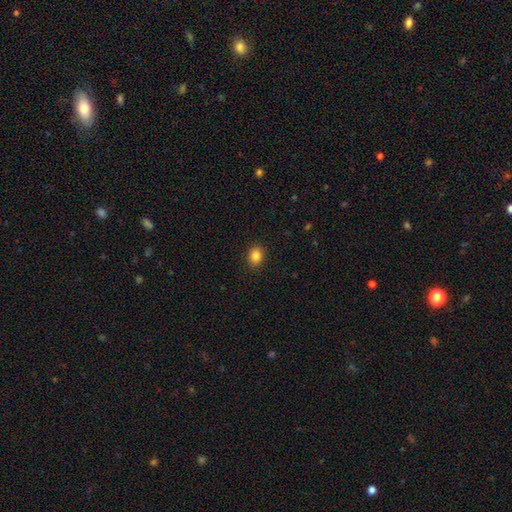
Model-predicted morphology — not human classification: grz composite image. It shows a smooth galaxy with no disk features (85%) that is in between round and cigar-shaped (58%). Merging: none (90%).